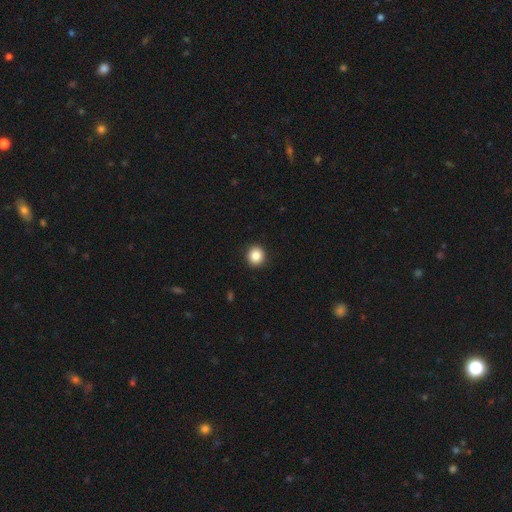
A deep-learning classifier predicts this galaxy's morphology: A smooth galaxy with no disk features (85%) that is round (91%). Merging: none (92%).